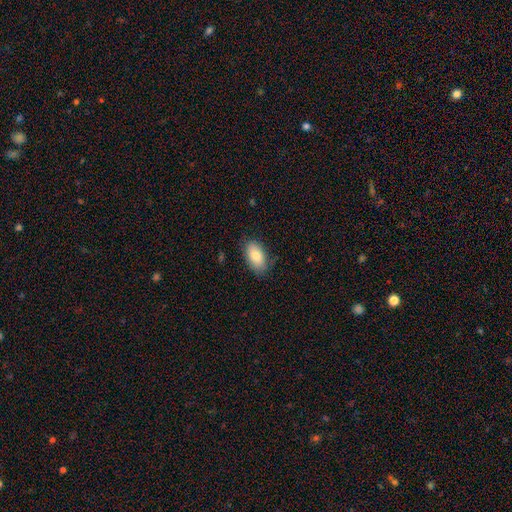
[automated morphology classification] type=smooth (81%); roundness=in between (93%); merging=none (81%).